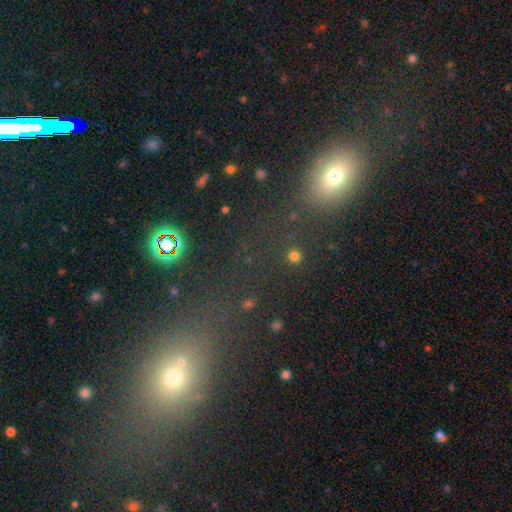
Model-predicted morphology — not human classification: Smooth or featured: smooth — 55% (star or artifact — 34%)
How rounded: in between — 53% (round — 42%)
Merging: none — 65% (merger — 13%)